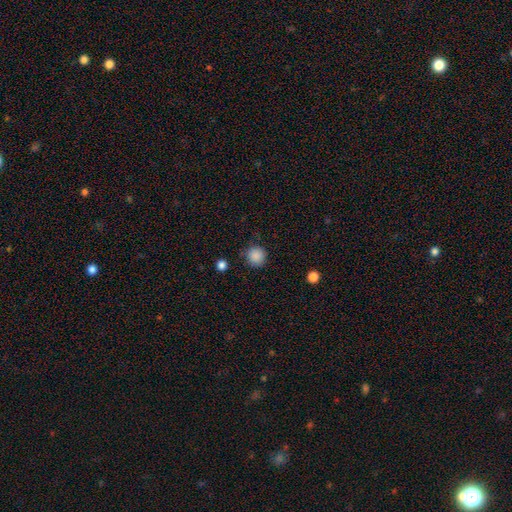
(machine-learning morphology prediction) A smooth galaxy with no disk features (87%) that is round (94%). Merging: none (86%).